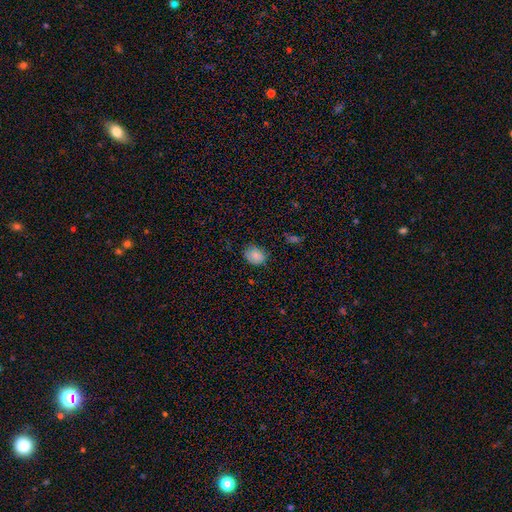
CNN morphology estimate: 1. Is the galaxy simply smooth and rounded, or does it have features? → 84% smooth, 9% star or artifact, 7% featured or disk.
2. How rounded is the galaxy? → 53% in between, 47% round, 1% cigar-shaped.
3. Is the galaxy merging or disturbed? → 69% none, 24% minor disturbance, 5% major disturbance, 1% merger.